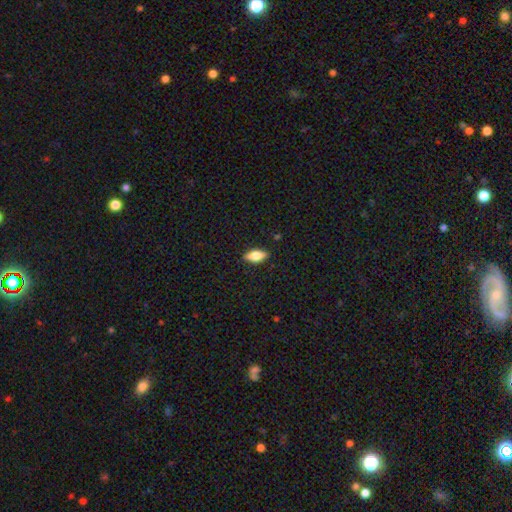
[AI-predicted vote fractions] smooth_or_featured: smooth (p=0.70) [alt: featured or disk p=0.23]
how_rounded: in between (p=0.85) [alt: cigar-shaped p=0.12]
merging: none (p=0.88) [alt: minor disturbance p=0.09]